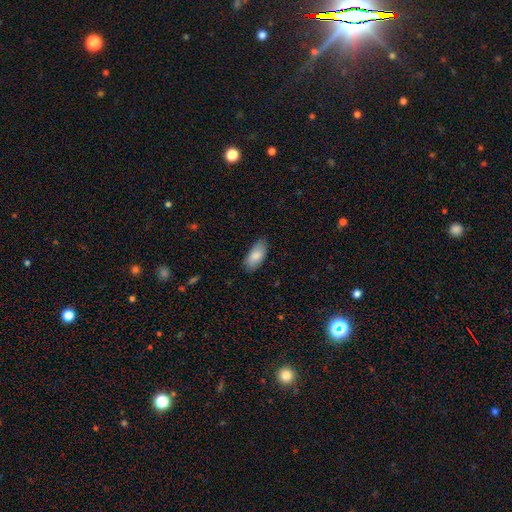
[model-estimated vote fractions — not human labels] Overall: smooth (84%). How rounded: in between (90%). Merging: none (79%).